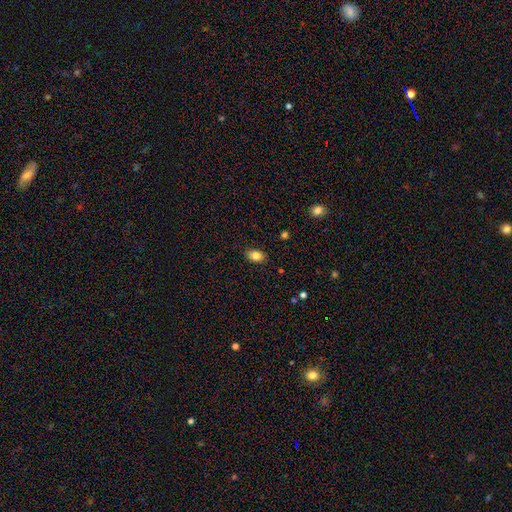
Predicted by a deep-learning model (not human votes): smooth 84%, star or artifact 9%, featured or disk 7%. Down the decision tree: how rounded — in between (81%); merging — none (87%).